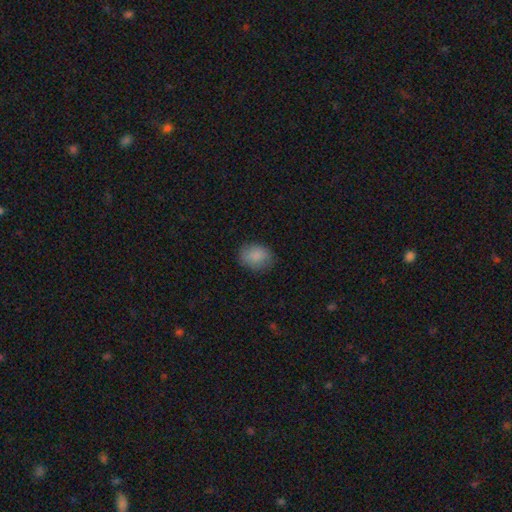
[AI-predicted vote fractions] Morphology: type=smooth (86%); roundness=in between (54%); merging=none (79%).